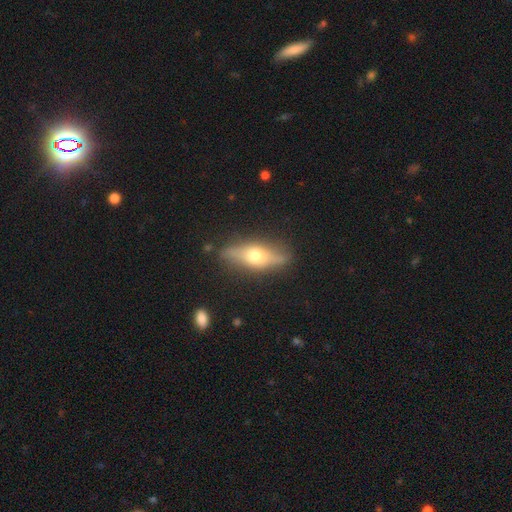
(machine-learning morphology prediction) Overall: featured or disk (54%; smooth 40%). Edge-on disk: yes (80%). Merging: none (84%).